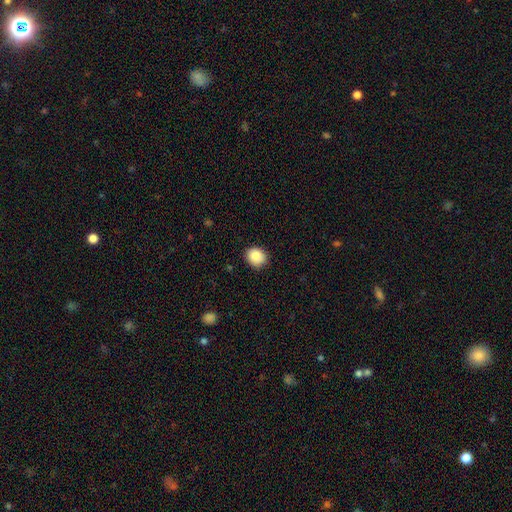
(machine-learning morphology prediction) Smooth or featured: smooth — 86% (star or artifact — 9%)
How rounded: round — 70% (in between — 30%)
Merging: none — 86% (minor disturbance — 11%)